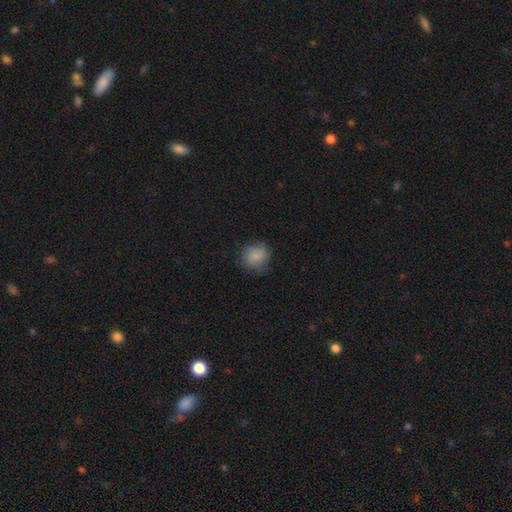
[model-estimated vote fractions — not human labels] Overall: smooth (83%). How rounded: round (81%). Merging: none (74%).